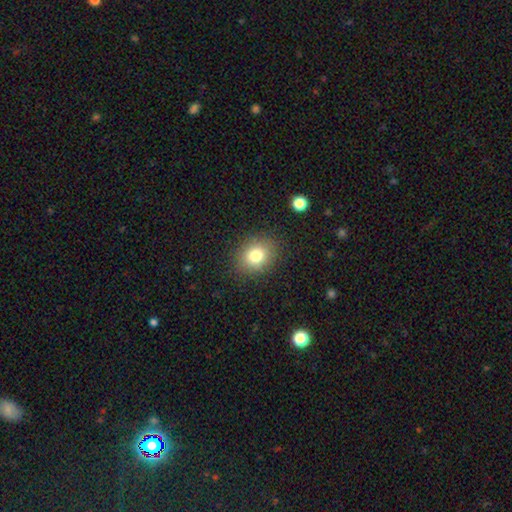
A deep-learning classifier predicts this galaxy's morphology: Overall: smooth (79%). How rounded: in between (51%; round 48%). Merging: none (86%).